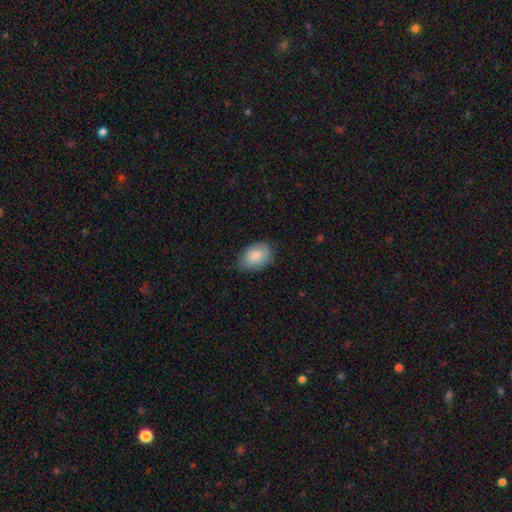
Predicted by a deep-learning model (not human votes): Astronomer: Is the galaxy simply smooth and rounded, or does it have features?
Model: smooth — 85%.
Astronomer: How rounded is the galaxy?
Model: in between — 85%.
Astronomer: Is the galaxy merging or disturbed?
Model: none — 75%.